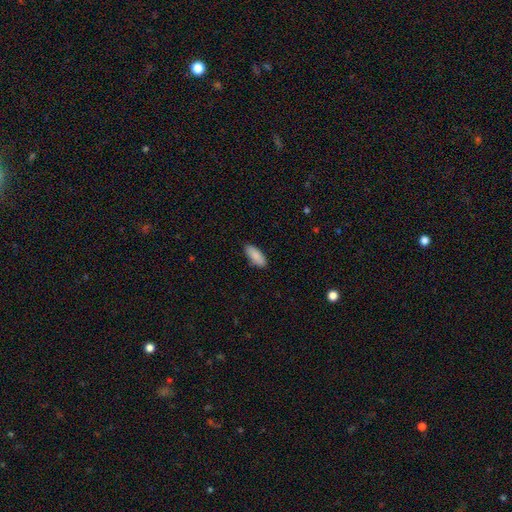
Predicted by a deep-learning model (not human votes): Overall: smooth (88%). How rounded: in between (80%). Merging: none (85%).